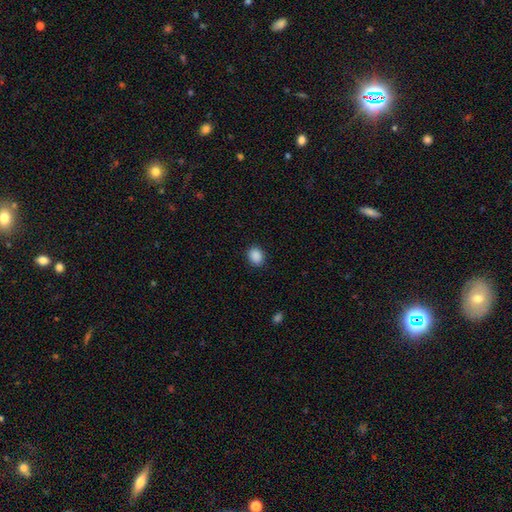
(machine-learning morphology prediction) type=smooth (89%); roundness=round (54%); merging=none (89%).